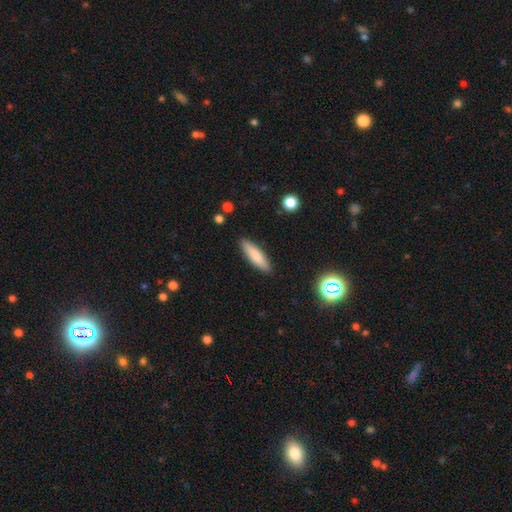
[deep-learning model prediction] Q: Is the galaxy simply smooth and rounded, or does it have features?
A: smooth — 81%.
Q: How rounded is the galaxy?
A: cigar-shaped — 67%.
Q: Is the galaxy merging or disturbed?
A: none — 89%.